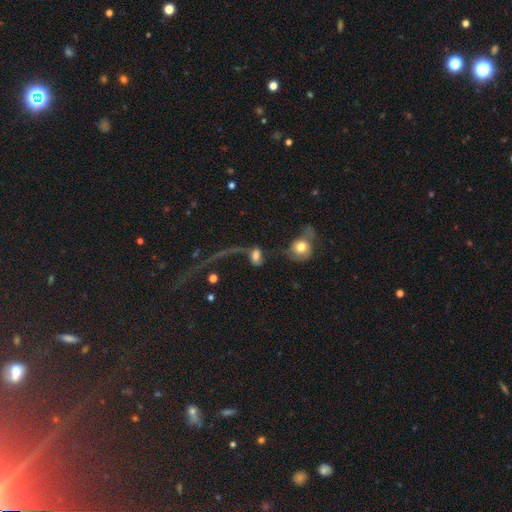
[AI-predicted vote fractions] This appears to be a smooth galaxy with no disk features (52%) that is in between round and cigar-shaped (74%). Merging: major disturbance (36%).